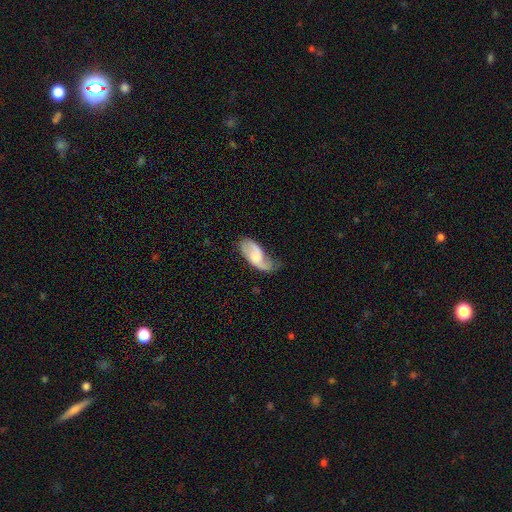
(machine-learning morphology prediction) Q: Smooth or featured?
A: featured or disk (54%); runner-up: smooth (39%)
Q: Edge-on disk?
A: no (94%); runner-up: yes (6%)
Q: Bar?
A: no (55%); runner-up: weak (36%)
Q: Spiral arms?
A: yes (87%); runner-up: no (13%)
Q: Bulge size?
A: none (32%); runner-up: moderate (28%)
Q: Merging?
A: none (40%); runner-up: minor disturbance (36%)